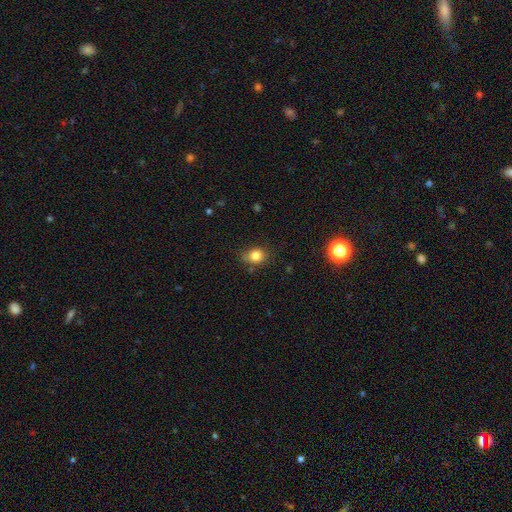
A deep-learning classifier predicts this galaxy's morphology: The model was most divided on "how rounded": round: 62%, in between: 37%, cigar-shaped: 1%. More confident: smooth or featured — smooth (82%); merging — none (72%).